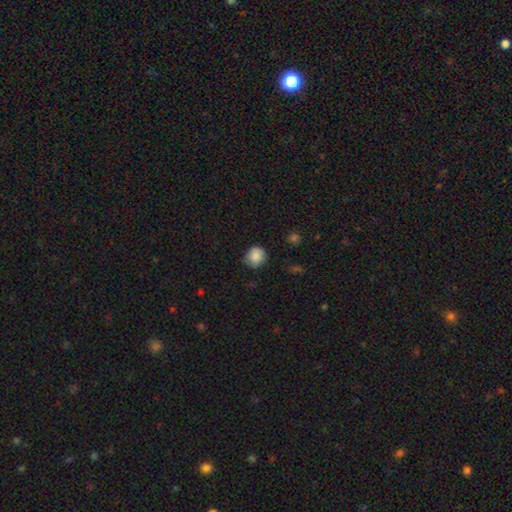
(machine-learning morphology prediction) type=smooth (86%); roundness=round (84%); merging=none (74%).